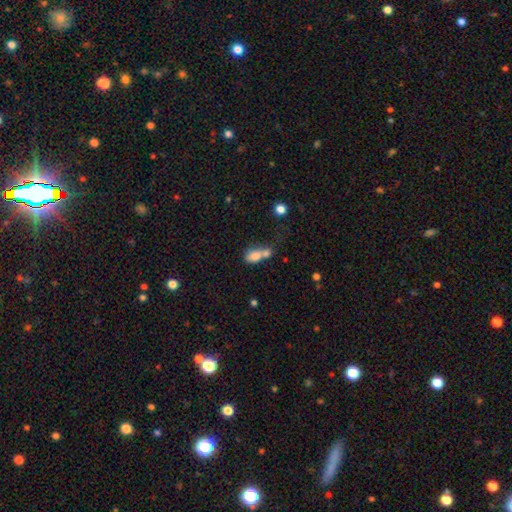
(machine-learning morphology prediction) Smooth or featured? Predicted: smooth (p=0.77). How rounded? Predicted: in between (p=0.74). Merging? Predicted: merger (p=0.60).